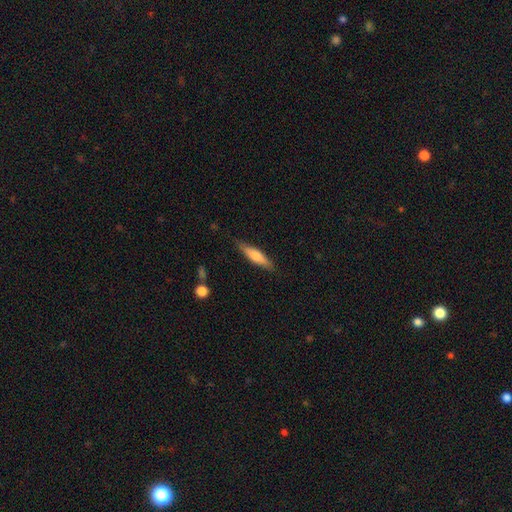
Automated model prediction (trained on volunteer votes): smooth 58%, featured or disk 36%, star or artifact 6%. Down the decision tree: how rounded — cigar-shaped (75%); merging — none (84%).